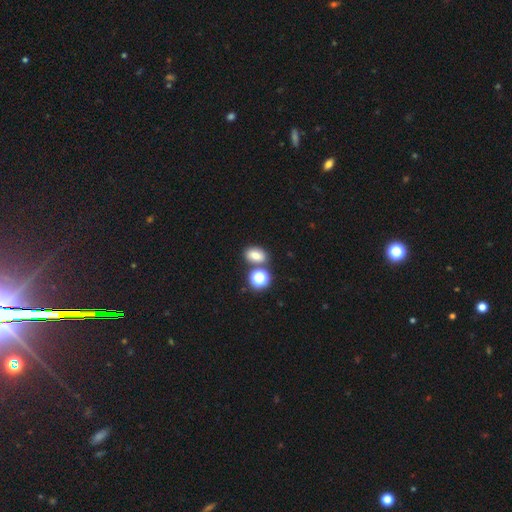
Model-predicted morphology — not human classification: Overall: smooth (75%). How rounded: in between (70%). Merging: none (69%).